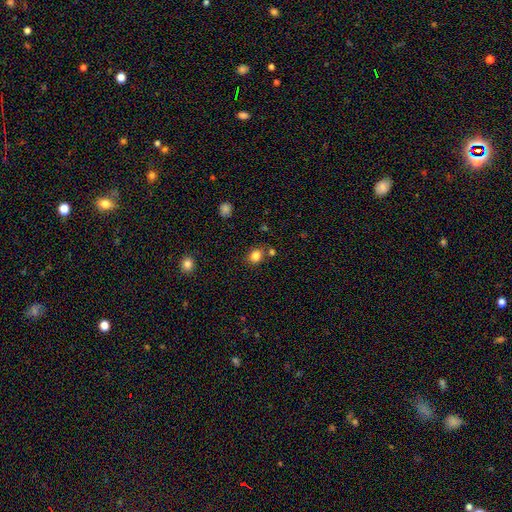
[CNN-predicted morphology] Smooth or featured? smooth (83%)
How rounded? round (67%)
Merging? none (76%)